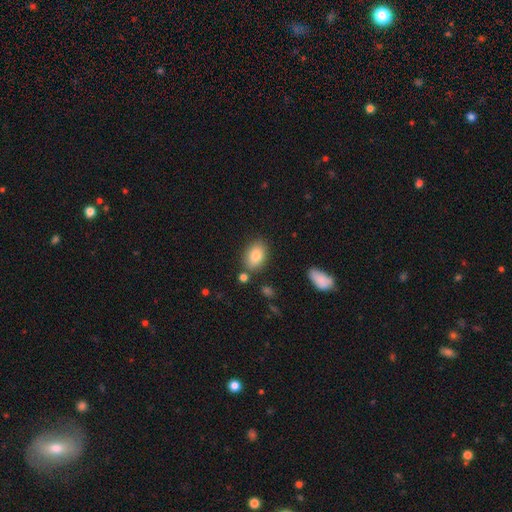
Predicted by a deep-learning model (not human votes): smooth 81%, featured or disk 11%, star or artifact 8%. Down the decision tree: how rounded — in between (83%); merging — none (79%).